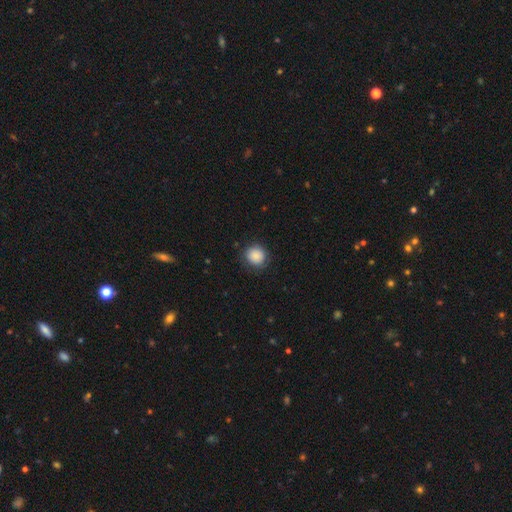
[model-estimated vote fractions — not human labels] The model was most divided on "merging": none: 82%, minor disturbance: 13%, major disturbance: 4%, merger: 1%. More confident: how rounded — round (87%); smooth or featured — smooth (85%).